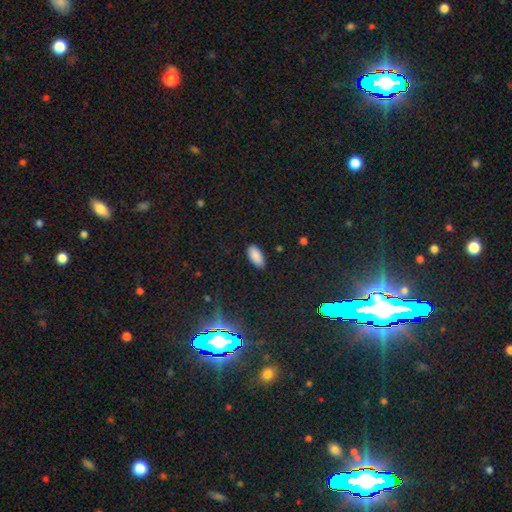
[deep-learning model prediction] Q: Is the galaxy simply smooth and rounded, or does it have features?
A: smooth — 87%.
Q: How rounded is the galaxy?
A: in between — 92%.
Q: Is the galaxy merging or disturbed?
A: none — 87%.